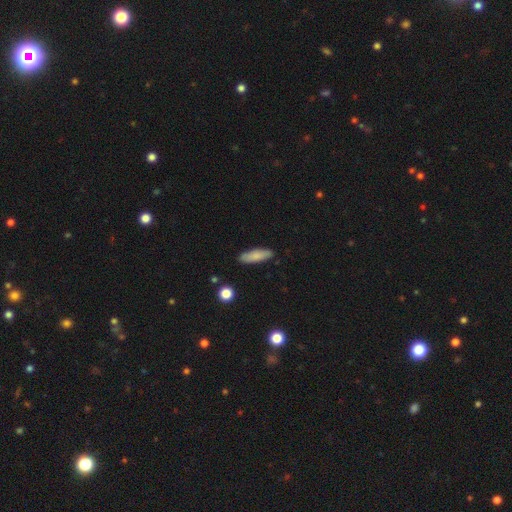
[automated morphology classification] A smooth galaxy with no disk features (81%) that is cigar-shaped (52%). Merging: none (86%).